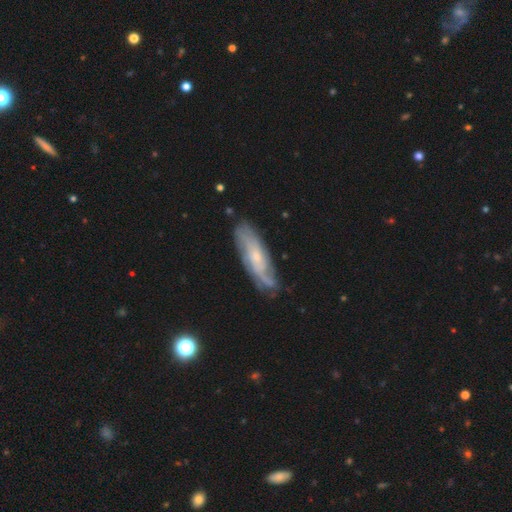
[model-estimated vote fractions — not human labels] Overall: featured or disk (71%). Edge-on disk: no (79%). Bar: no (69%). Spiral arms: yes (88%). Bulge size: small (67%). Merging: none (72%).